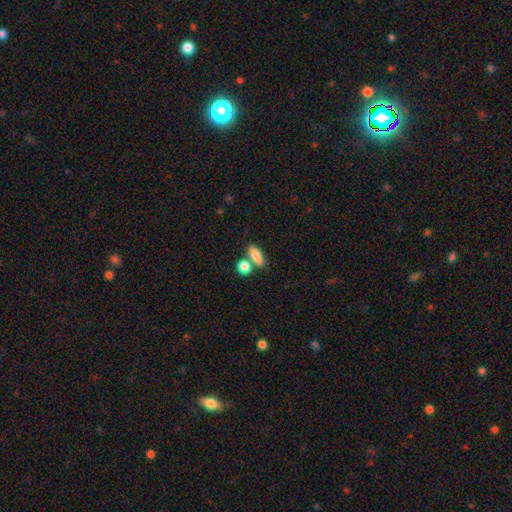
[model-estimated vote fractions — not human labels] Q: Smooth or featured?
A: smooth (84%); runner-up: featured or disk (8%)
Q: How rounded?
A: in between (74%); runner-up: cigar-shaped (15%)
Q: Merging?
A: none (58%); runner-up: merger (27%)